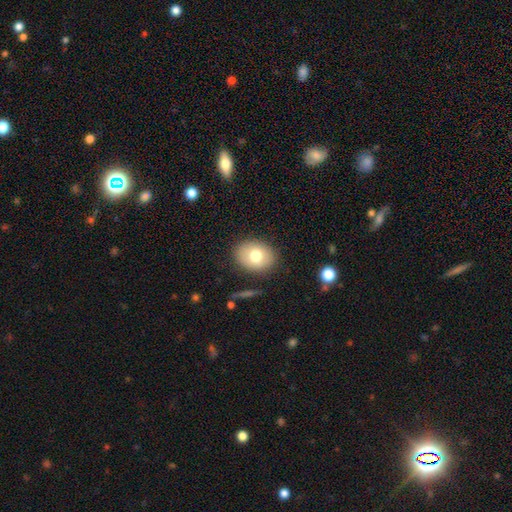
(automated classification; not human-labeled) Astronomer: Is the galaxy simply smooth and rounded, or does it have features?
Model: smooth — 73%.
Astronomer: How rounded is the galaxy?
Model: in between — 60% (runner-up: round, 39%).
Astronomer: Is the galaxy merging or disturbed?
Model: none — 84%.